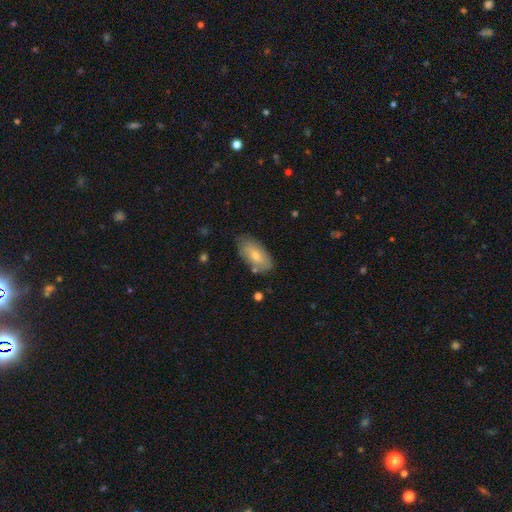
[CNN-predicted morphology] Smooth or featured? Predicted: smooth (p=0.73). How rounded? Predicted: in between (p=0.93). Merging? Predicted: none (p=0.73).